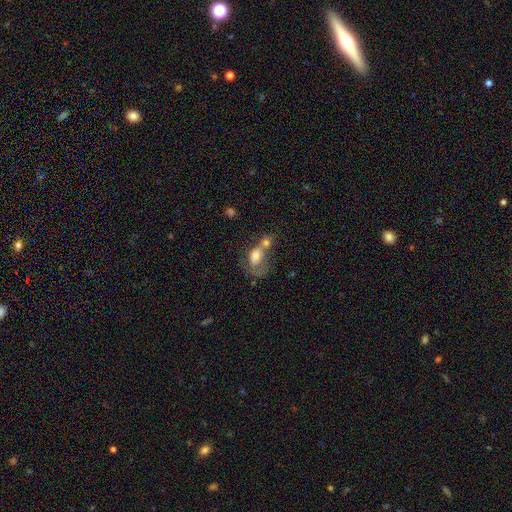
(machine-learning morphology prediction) Smooth or featured?
  - smooth: 62% *
  - featured or disk: 29%
  - star or artifact: 10%
How rounded?
  - in between: 73% *
  - round: 25%
  - cigar-shaped: 2%
Merging?
  - merger: 61% *
  - major disturbance: 16%
  - none: 14%
  - minor disturbance: 9%